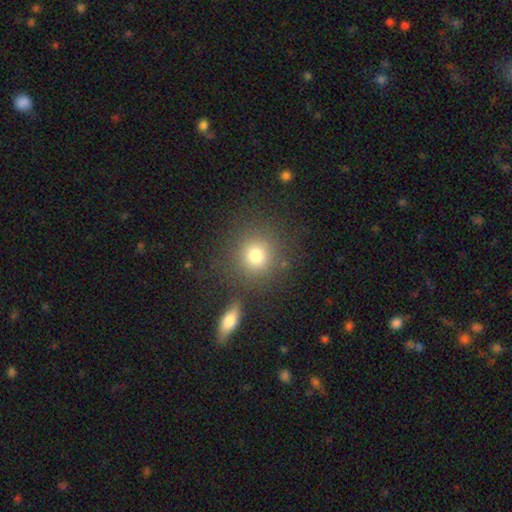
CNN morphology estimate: smooth-or-featured: smooth: 77% | star or artifact: 14% | featured or disk: 9%
  how-rounded: round: 87% | in between: 12% | cigar-shaped: 1%
  merging: none: 79% | minor disturbance: 9% | merger: 7% | major disturbance: 4%